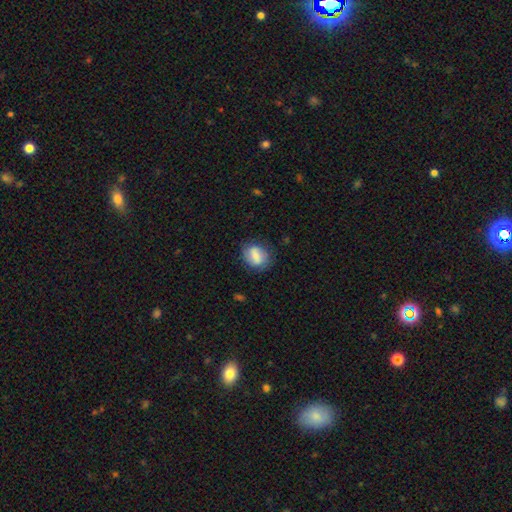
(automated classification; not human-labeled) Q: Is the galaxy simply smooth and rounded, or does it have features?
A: smooth — 74%.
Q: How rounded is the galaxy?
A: in between — 56%.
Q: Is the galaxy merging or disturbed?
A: none — 72%.